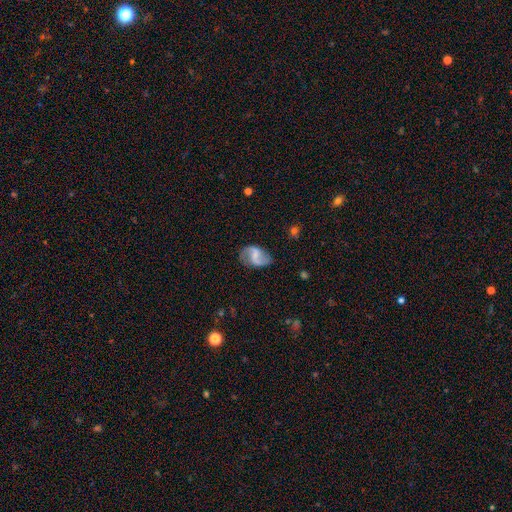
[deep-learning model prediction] featured or disk 79%, smooth 15%, star or artifact 6%. Down the decision tree: edge-on disk — no (98%); bar — weak (49%); spiral arms — yes (93%); spiral arm count — 2 (91%); spiral winding — loose (65%); bulge size — none (41%); merging — none (74%).